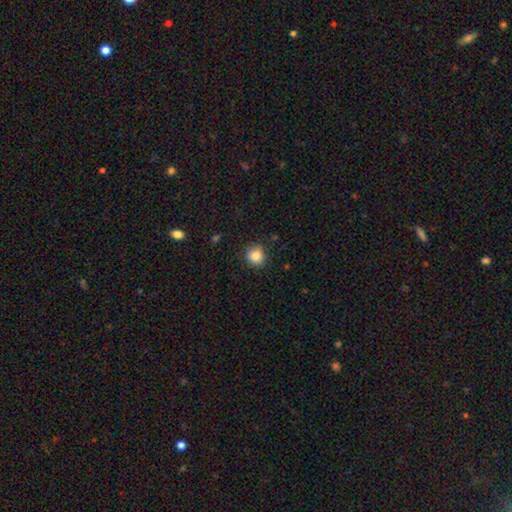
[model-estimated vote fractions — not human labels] A smooth galaxy with no disk features (85%) that is round (88%).

Vote fractions:
- Smooth or featured? smooth: 85% / star or artifact: 10% / featured or disk: 5%
- How rounded? round: 88% / in between: 11% / cigar-shaped: 1%
- Merging? none: 87% / minor disturbance: 10% / major disturbance: 2% / merger: 1%